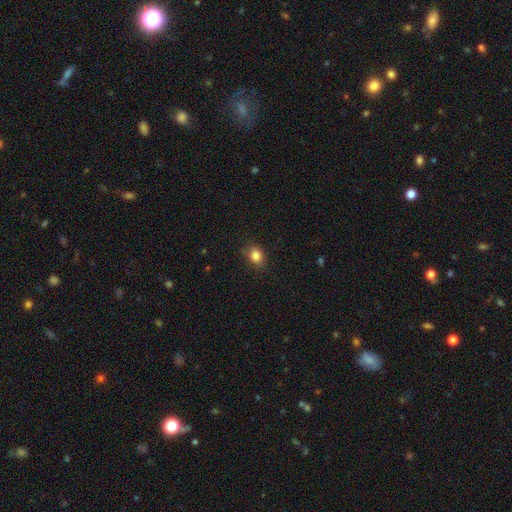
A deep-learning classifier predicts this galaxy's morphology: smooth_or_featured: smooth (p=0.85) [alt: star or artifact p=0.10]
how_rounded: in between (p=0.50) [alt: round p=0.49]
merging: none (p=0.81) [alt: minor disturbance p=0.14]